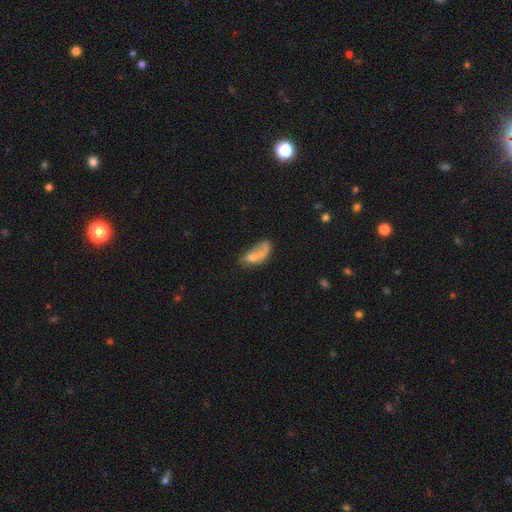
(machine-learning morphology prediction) type=smooth (59%); roundness=in between (84%); merging=major disturbance (33%).